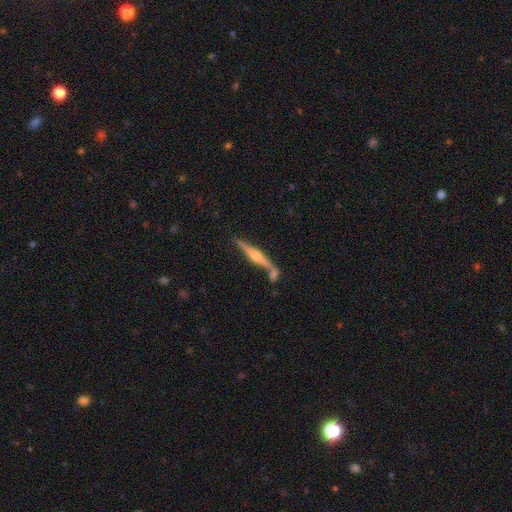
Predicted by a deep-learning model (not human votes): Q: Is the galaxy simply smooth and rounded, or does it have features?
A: featured or disk — 72%.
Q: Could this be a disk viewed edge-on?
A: yes — 97%.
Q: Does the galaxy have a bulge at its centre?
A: rounded — 81%.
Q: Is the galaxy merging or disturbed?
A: none — 67%.